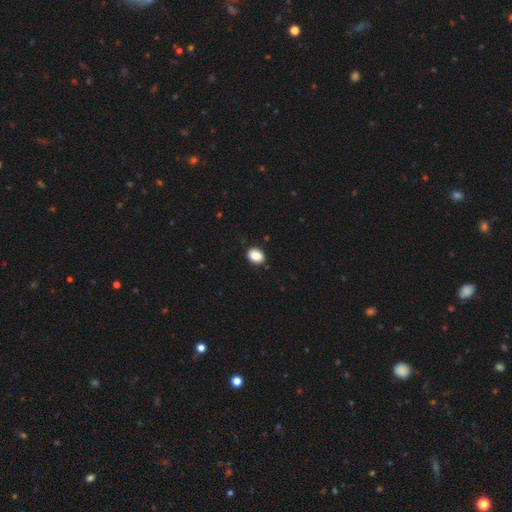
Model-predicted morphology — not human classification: Smooth or featured? Predicted: smooth (p=0.88). How rounded? Predicted: in between (p=0.65). Merging? Predicted: none (p=0.89).